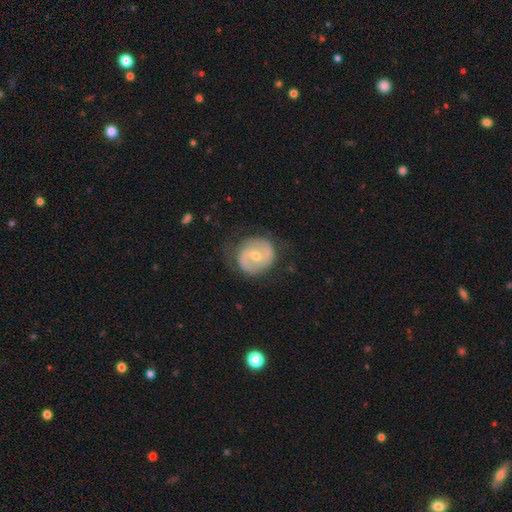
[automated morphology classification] smooth_or_featured: featured or disk (p=0.73) [alt: smooth p=0.22]
disk_edge_on: no (p=0.97) [alt: yes p=0.03]
bar: weak (p=0.48) [alt: no p=0.33]
has_spiral_arms: yes (p=0.83) [alt: no p=0.17]
spiral_winding: medium (p=0.43) [alt: tight p=0.33]
spiral_arm_count: 2 (p=0.78) [alt: can't tell p=0.12]
bulge_size: small (p=0.50) [alt: moderate p=0.47]
merging: none (p=0.69) [alt: minor disturbance p=0.20]